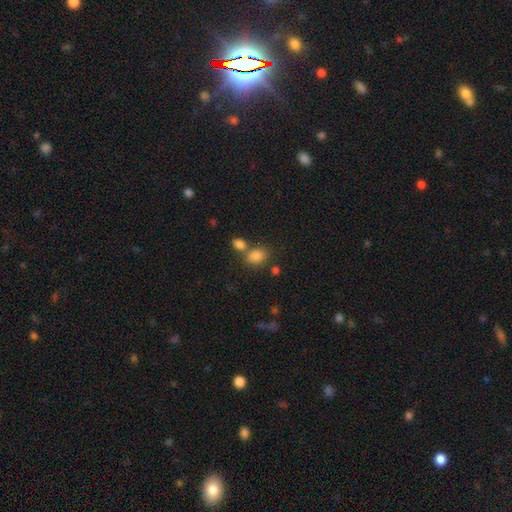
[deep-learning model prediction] This is clearly a smooth galaxy (83%). How rounded: likely in between (66%). Merging: possibly none (51%).